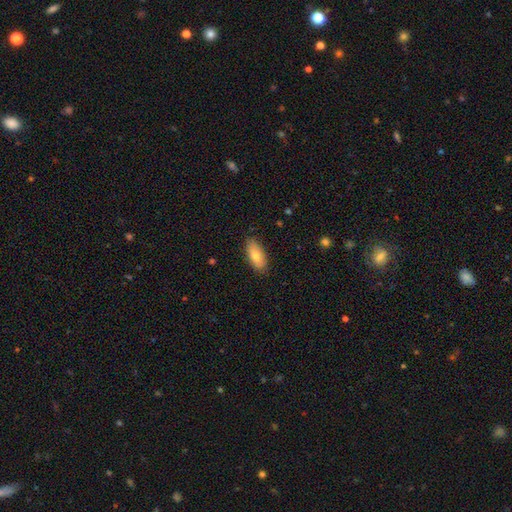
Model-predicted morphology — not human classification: type=smooth (76%); roundness=in between (85%); merging=none (87%).